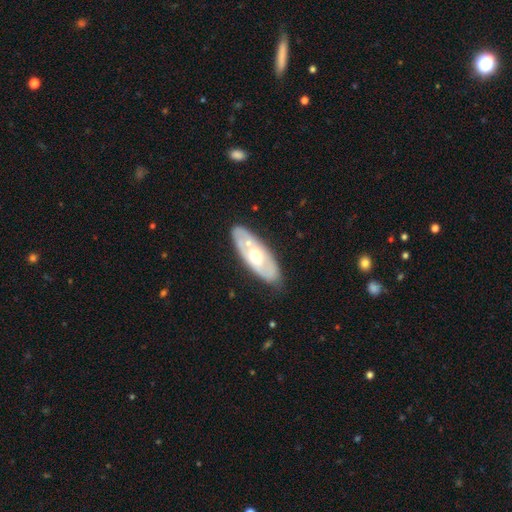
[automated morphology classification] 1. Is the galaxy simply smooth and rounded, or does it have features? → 58% featured or disk, 38% smooth, 5% star or artifact.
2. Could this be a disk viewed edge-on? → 77% no, 23% yes.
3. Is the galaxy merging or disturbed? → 77% none, 16% minor disturbance, 4% major disturbance, 4% merger.